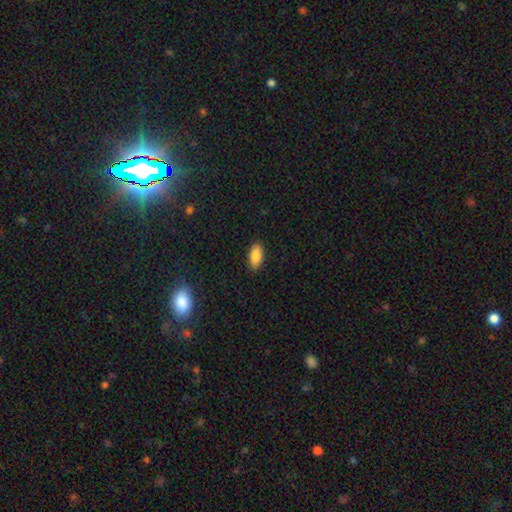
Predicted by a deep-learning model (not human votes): Overall: smooth (86%). How rounded: in between (90%). Merging: none (88%).